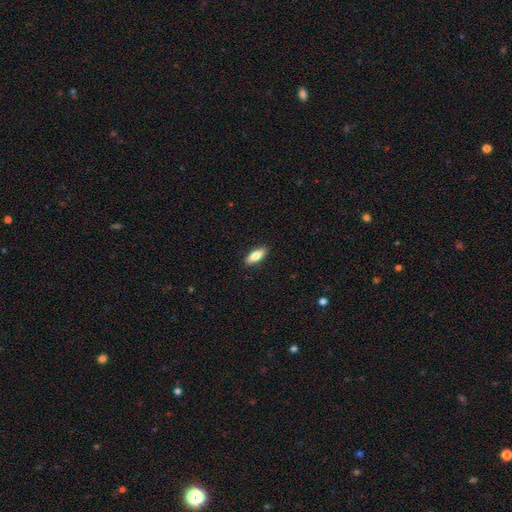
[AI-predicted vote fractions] smooth-or-featured: smooth: 77% | featured or disk: 17% | star or artifact: 6%
  how-rounded: in between: 65% | cigar-shaped: 32% | round: 2%
  merging: none: 89% | minor disturbance: 8% | major disturbance: 2% | merger: 1%